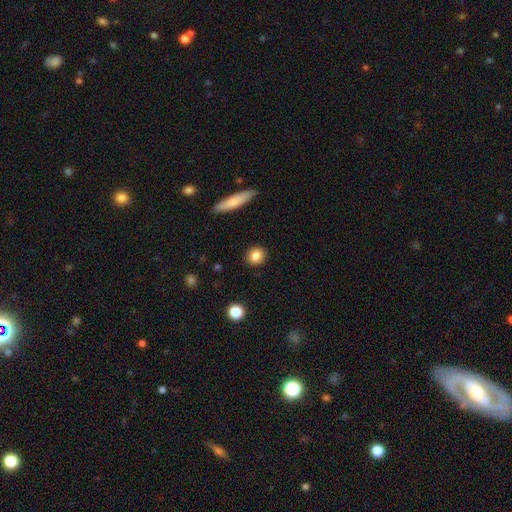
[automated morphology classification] Q: Smooth or featured?
A: smooth (85%); runner-up: star or artifact (9%)
Q: How rounded?
A: round (85%); runner-up: in between (14%)
Q: Merging?
A: none (90%); runner-up: minor disturbance (6%)